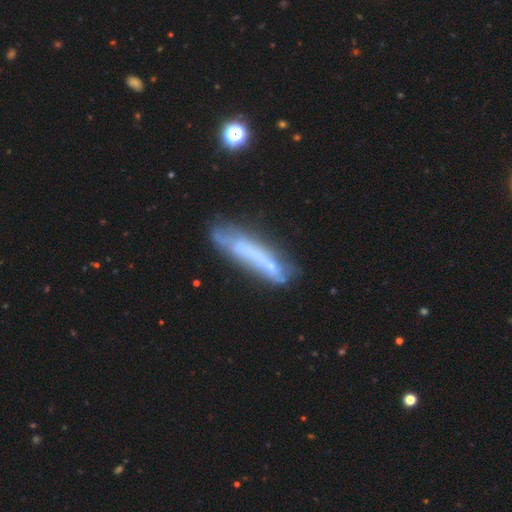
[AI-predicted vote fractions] This appears to be a featured or disk galaxy (46%). Merging: none (46%).